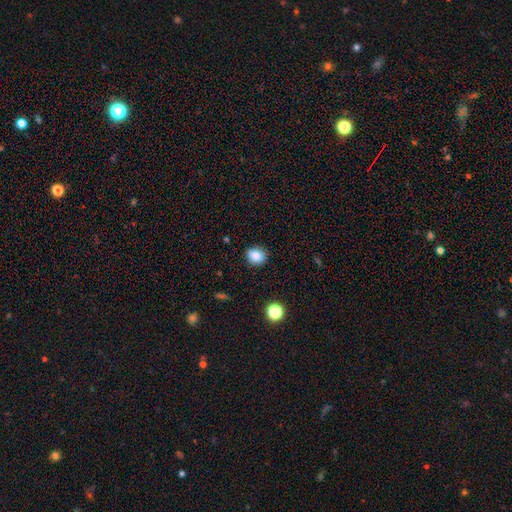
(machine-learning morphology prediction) This is clearly a smooth galaxy (84%). How rounded: likely round (67%). Merging: clearly none (85%).